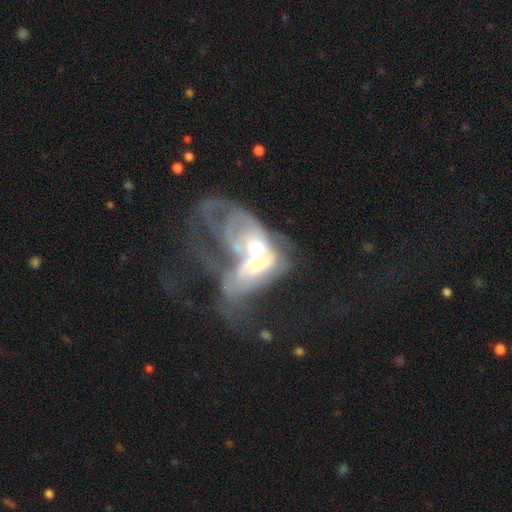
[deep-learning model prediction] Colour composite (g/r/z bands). It shows a featured or disk galaxy (68%) with no bar (77%), no spiral arms (57%) and a moderate central bulge (63%). Merging: merger (74%).